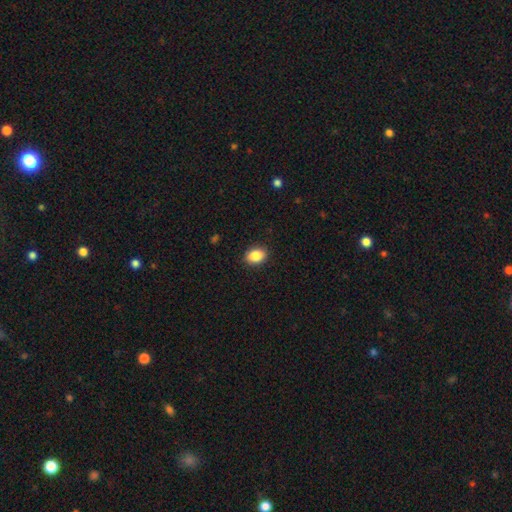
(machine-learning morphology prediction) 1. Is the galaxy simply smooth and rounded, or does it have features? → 87% smooth, 8% star or artifact, 4% featured or disk.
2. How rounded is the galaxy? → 72% in between, 27% round, 1% cigar-shaped.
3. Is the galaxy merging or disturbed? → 90% none, 8% minor disturbance, 2% major disturbance, 1% merger.